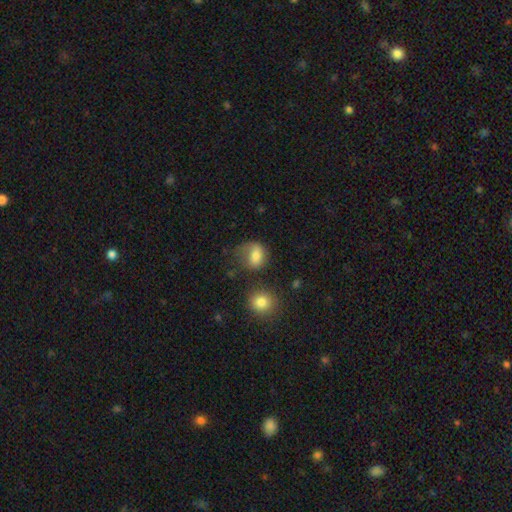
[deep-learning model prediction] smooth_or_featured: smooth (p=0.72) [alt: featured or disk p=0.16]
how_rounded: round (p=0.50) [alt: in between p=0.48]
merging: none (p=0.45) [alt: minor disturbance p=0.27]